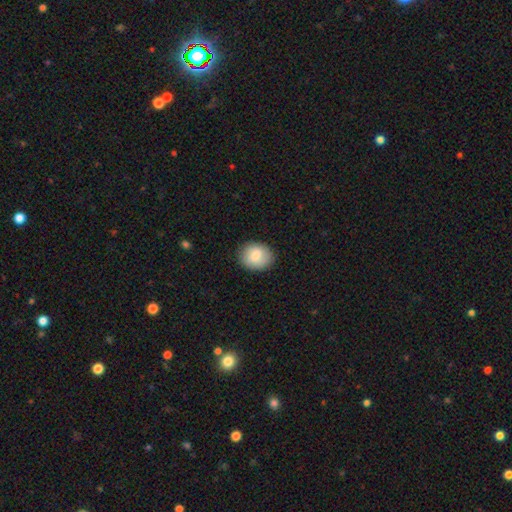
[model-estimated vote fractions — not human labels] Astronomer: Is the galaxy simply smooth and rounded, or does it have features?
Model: smooth — 81%.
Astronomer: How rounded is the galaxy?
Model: round — 58% (runner-up: in between, 41%).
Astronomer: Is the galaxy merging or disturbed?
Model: none — 86%.